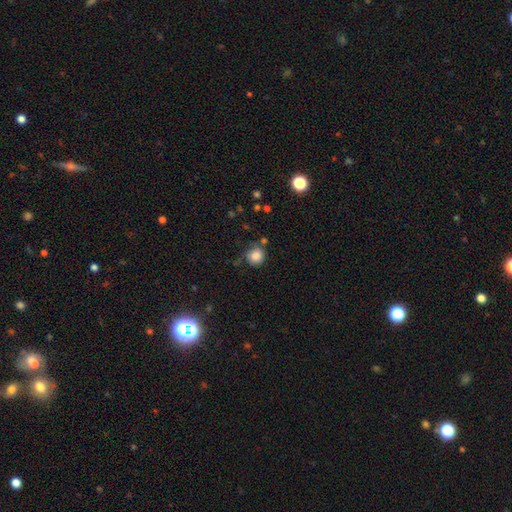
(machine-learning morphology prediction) Q: Smooth or featured?
A: smooth (83%); runner-up: star or artifact (10%)
Q: How rounded?
A: round (88%); runner-up: in between (11%)
Q: Merging?
A: none (66%); runner-up: minor disturbance (21%)